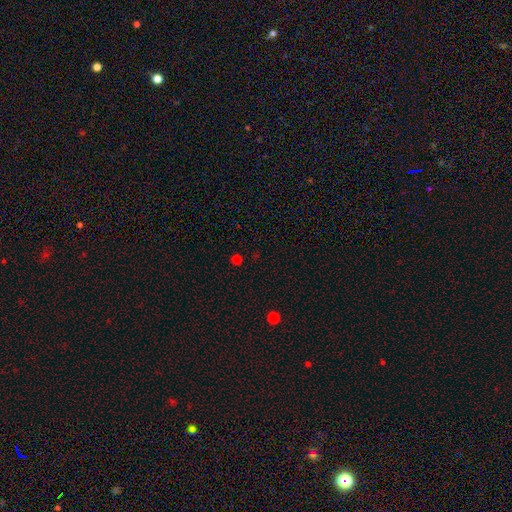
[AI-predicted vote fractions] This is possibly a smooth galaxy (57%). How rounded: clearly round (91%). Merging: clearly none (89%).